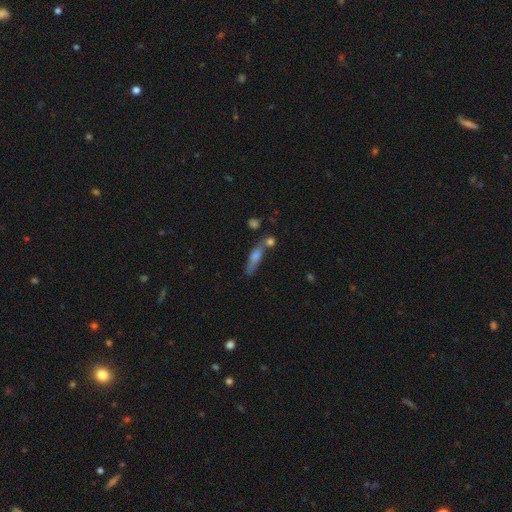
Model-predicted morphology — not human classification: smooth_or_featured: smooth (p=0.52) [alt: featured or disk p=0.37]
how_rounded: cigar-shaped (p=0.75) [alt: in between p=0.20]
merging: none (p=0.57) [alt: merger p=0.22]